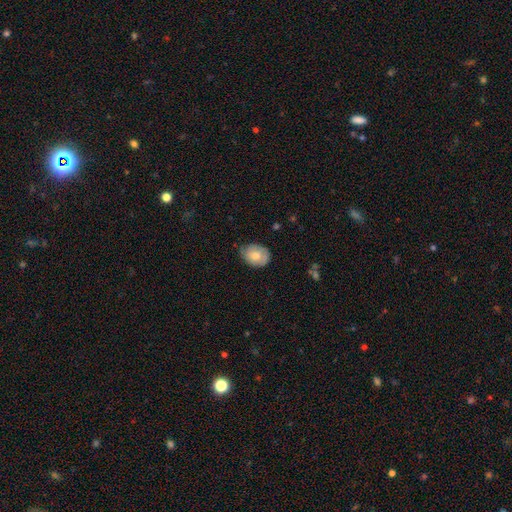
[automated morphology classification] Smooth or featured? Predicted: smooth (p=0.62). How rounded? Predicted: in between (p=0.59). Merging? Predicted: none (p=0.63).